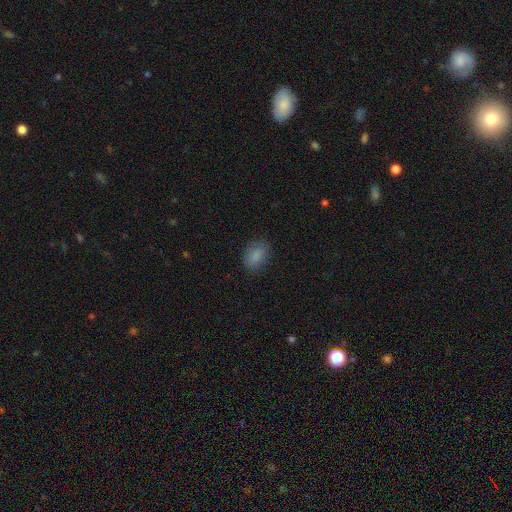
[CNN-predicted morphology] Smooth or featured? Predicted: smooth (p=0.86). How rounded? Predicted: in between (p=0.80). Merging? Predicted: none (p=0.82).